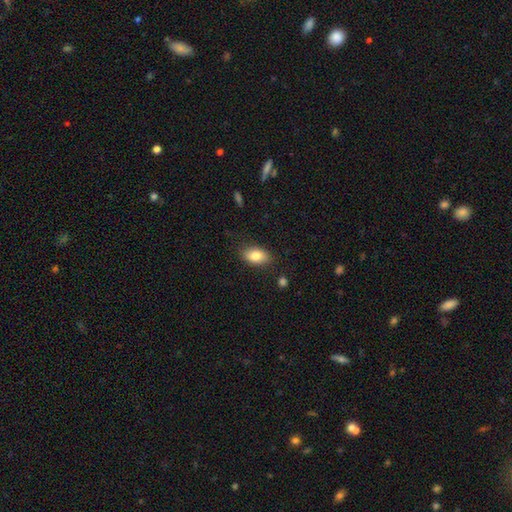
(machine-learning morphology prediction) This appears to be a smooth galaxy with no disk features (83%) that is in between round and cigar-shaped (90%). Merging: none (83%).